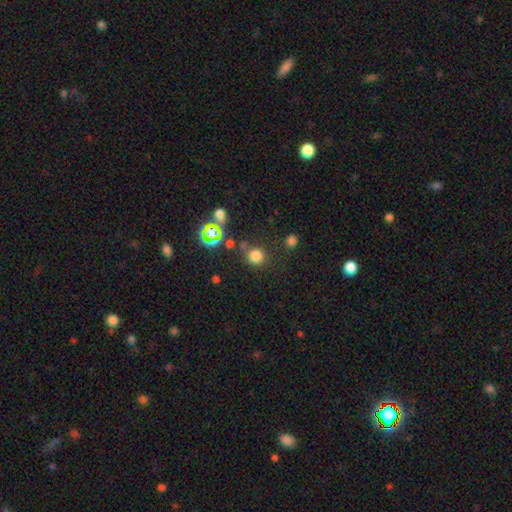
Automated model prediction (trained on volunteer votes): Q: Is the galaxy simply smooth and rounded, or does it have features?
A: smooth — 74%.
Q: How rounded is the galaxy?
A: round — 90%.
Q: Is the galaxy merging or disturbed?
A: none — 74%.